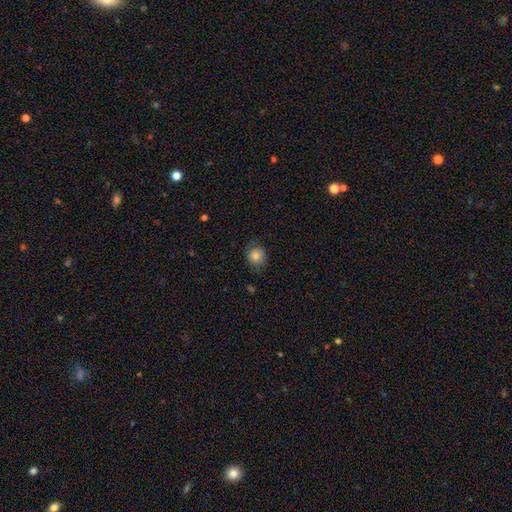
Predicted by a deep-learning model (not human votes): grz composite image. It shows a smooth galaxy with no disk features (83%) that is round (85%). Merging: none (79%).